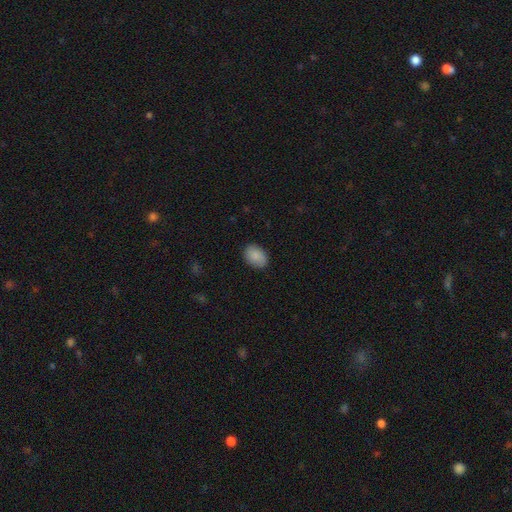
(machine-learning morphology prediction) smooth-or-featured: smooth: 89% | star or artifact: 7% | featured or disk: 5%
  how-rounded: in between: 82% | round: 17% | cigar-shaped: 1%
  merging: none: 87% | minor disturbance: 10% | major disturbance: 2% | merger: 1%